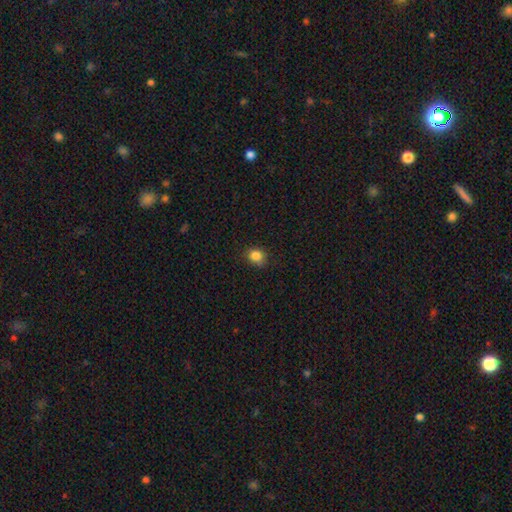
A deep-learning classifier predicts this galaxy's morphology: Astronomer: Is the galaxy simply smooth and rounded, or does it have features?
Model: smooth — 84%.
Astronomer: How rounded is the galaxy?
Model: round — 62%.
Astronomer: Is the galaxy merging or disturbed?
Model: none — 80%.